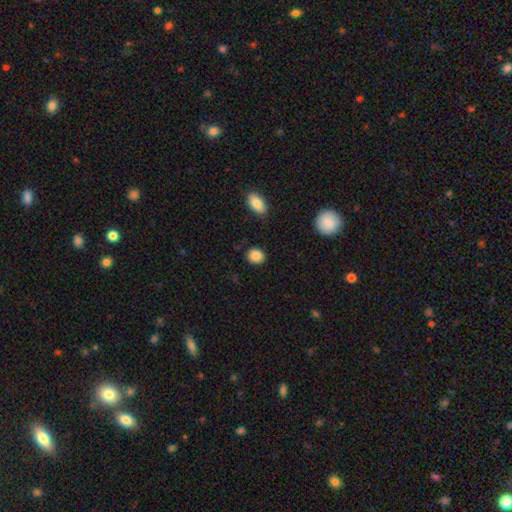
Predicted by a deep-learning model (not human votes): Smooth or featured? smooth (88%)
How rounded? round (73%)
Merging? none (87%)